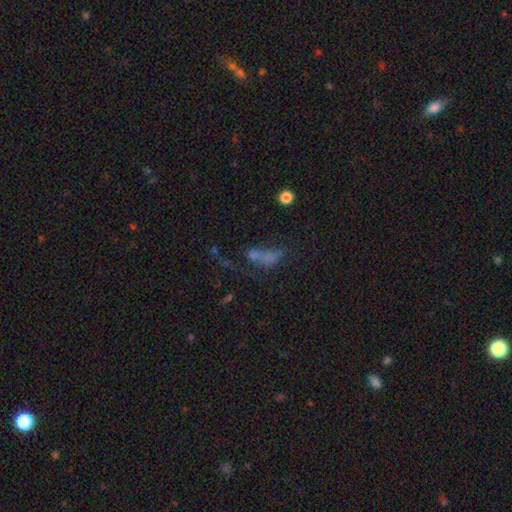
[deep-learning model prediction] Smooth or featured?
  - smooth: 51% *
  - star or artifact: 26%
  - featured or disk: 22%
How rounded?
  - in between: 66% *
  - cigar-shaped: 20%
  - round: 14%
Merging?
  - merger: 35% *
  - none: 27%
  - major disturbance: 25%
  - minor disturbance: 13%